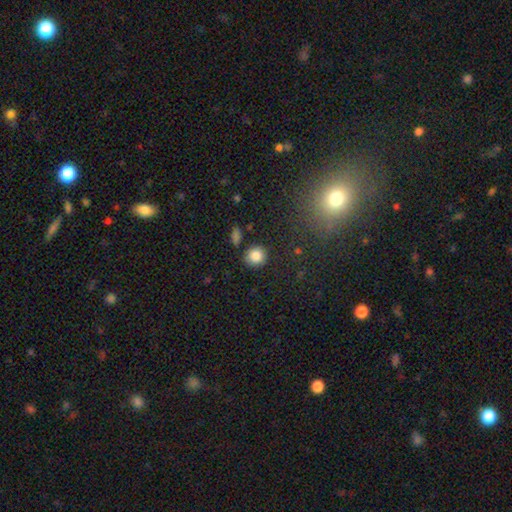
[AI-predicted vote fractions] Smooth or featured?
  - smooth: 85% *
  - star or artifact: 9%
  - featured or disk: 5%
How rounded?
  - round: 86% *
  - in between: 13%
  - cigar-shaped: 1%
Merging?
  - none: 85% *
  - minor disturbance: 9%
  - merger: 3%
  - major disturbance: 2%